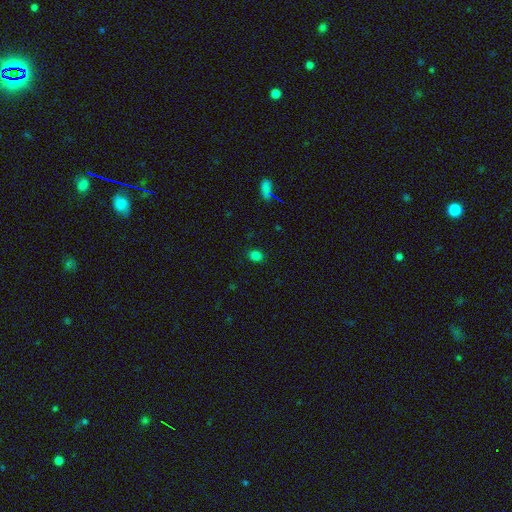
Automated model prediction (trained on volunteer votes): Smooth or featured? Predicted: smooth (p=0.80). How rounded? Predicted: in between (p=0.50). Merging? Predicted: none (p=0.87).